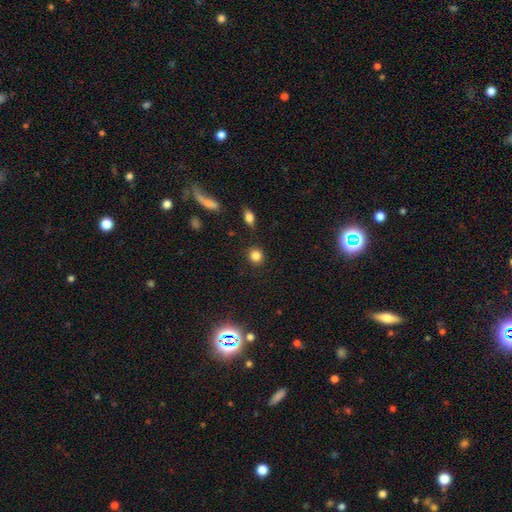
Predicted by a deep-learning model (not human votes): smooth_or_featured: smooth (p=0.82) [alt: star or artifact p=0.12]
how_rounded: round (p=0.88) [alt: in between p=0.11]
merging: none (p=0.88) [alt: minor disturbance p=0.07]